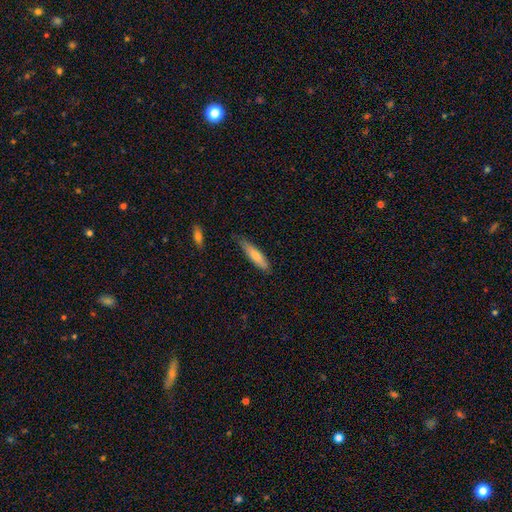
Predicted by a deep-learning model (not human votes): smooth_or_featured: smooth (p=0.70) [alt: featured or disk p=0.24]
how_rounded: cigar-shaped (p=0.78) [alt: in between p=0.21]
merging: none (p=0.74) [alt: minor disturbance p=0.21]